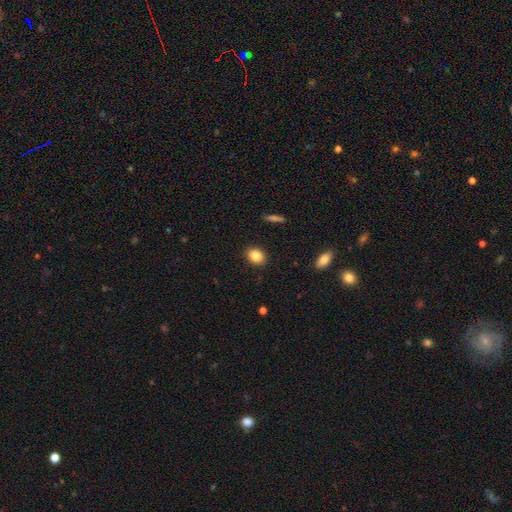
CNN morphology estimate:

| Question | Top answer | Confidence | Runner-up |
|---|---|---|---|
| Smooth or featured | smooth | 84% | star or artifact (9%) |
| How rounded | in between | 58% | round (41%) |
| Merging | none | 90% | minor disturbance (7%) |